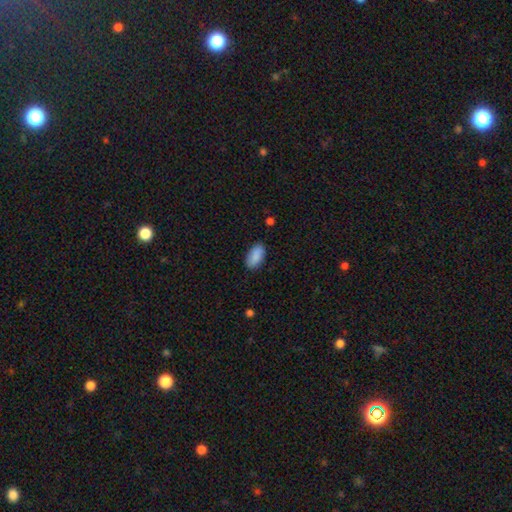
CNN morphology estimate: A smooth galaxy with no disk features (88%) that is in between round and cigar-shaped (94%).

Vote fractions:
- Smooth or featured? smooth: 88% / star or artifact: 7% / featured or disk: 5%
- How rounded? in between: 94% / cigar-shaped: 4% / round: 3%
- Merging? none: 85% / minor disturbance: 11% / major disturbance: 2% / merger: 1%